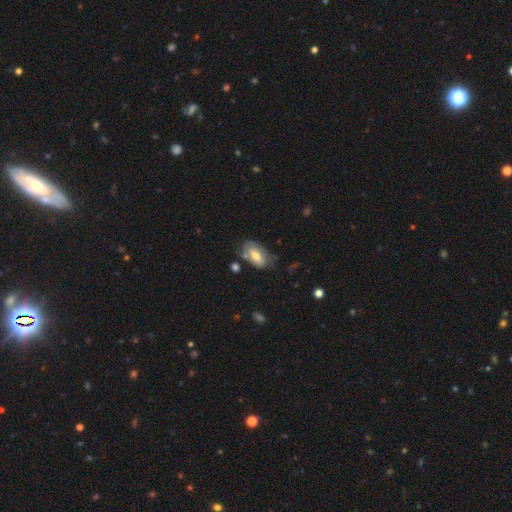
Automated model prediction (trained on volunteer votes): Q: Smooth or featured?
A: smooth (60%); runner-up: featured or disk (33%)
Q: How rounded?
A: in between (91%); runner-up: round (5%)
Q: Merging?
A: none (56%); runner-up: minor disturbance (27%)